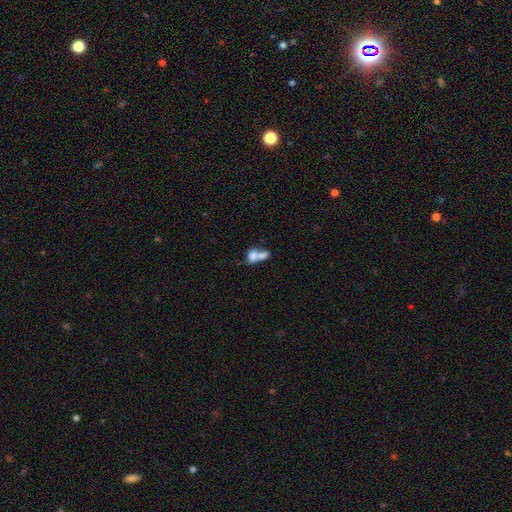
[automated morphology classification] type=smooth (72%); roundness=in between (65%); merging=merger (72%).